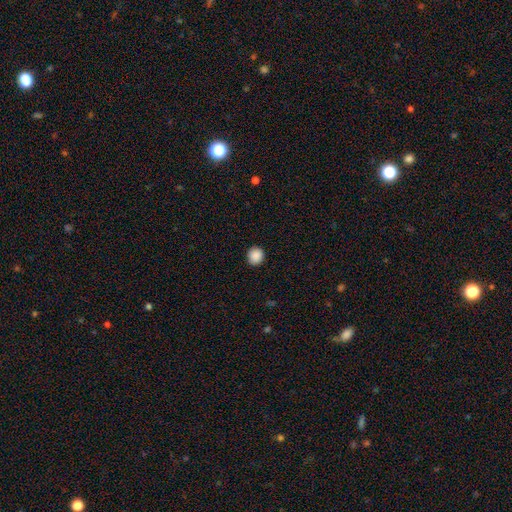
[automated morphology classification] smooth 89%, star or artifact 9%, featured or disk 2%. Down the decision tree: how rounded — round (87%); merging — none (91%).